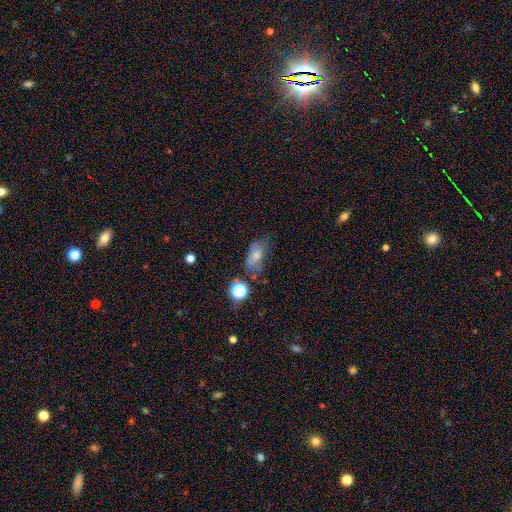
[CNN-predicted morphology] Q: Smooth or featured?
A: smooth (66%); runner-up: featured or disk (19%)
Q: How rounded?
A: in between (84%); runner-up: round (12%)
Q: Merging?
A: none (45%); runner-up: minor disturbance (30%)